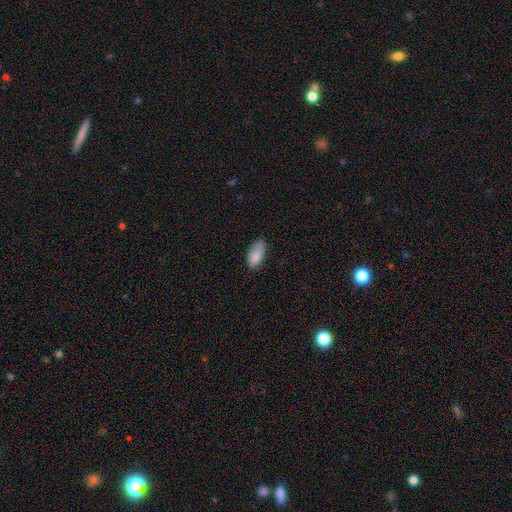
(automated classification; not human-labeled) This appears to be a smooth galaxy with no disk features (85%) that is in between round and cigar-shaped (93%). Merging: none (60%).